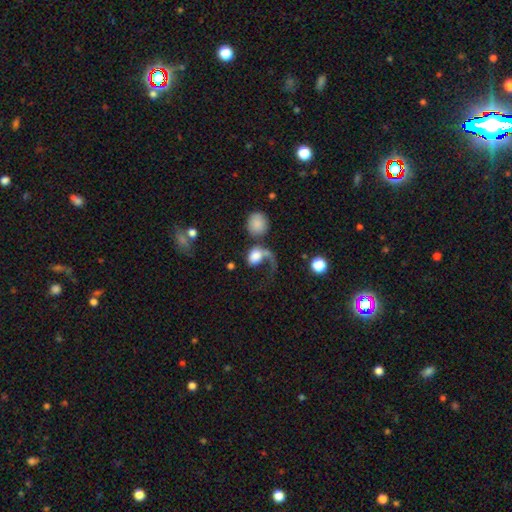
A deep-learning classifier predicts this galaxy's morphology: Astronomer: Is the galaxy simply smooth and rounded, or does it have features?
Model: smooth — 61%.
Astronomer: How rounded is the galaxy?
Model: round — 55% (runner-up: in between, 43%).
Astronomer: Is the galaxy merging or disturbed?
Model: major disturbance — 47%.